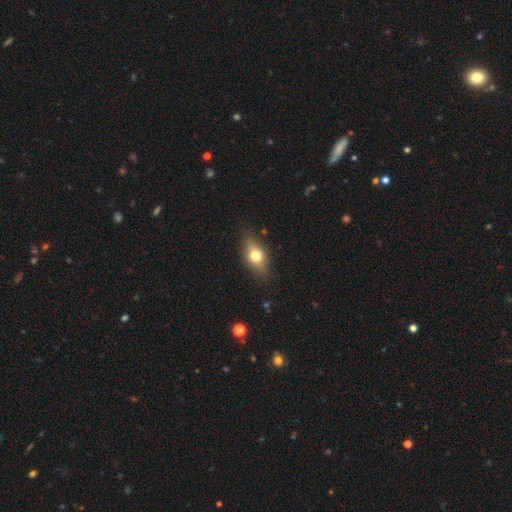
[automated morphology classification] Smooth or featured: smooth — 70% (featured or disk — 21%)
How rounded: in between — 78% (round — 15%)
Merging: none — 81% (minor disturbance — 15%)